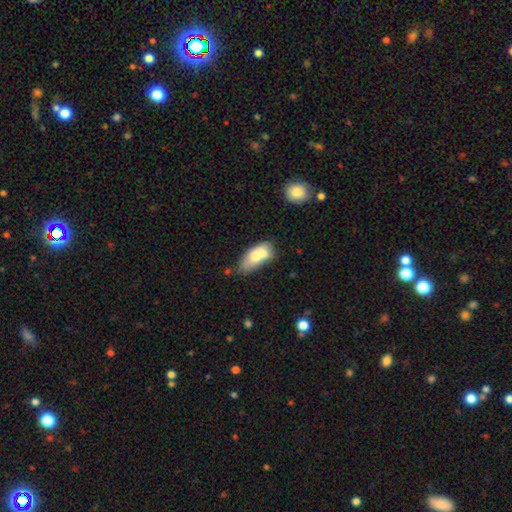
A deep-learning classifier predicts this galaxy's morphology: smooth-or-featured: smooth: 64% | featured or disk: 29% | star or artifact: 7%
  how-rounded: in between: 85% | cigar-shaped: 8% | round: 7%
  merging: merger: 52% | none: 26% | minor disturbance: 15% | major disturbance: 7%